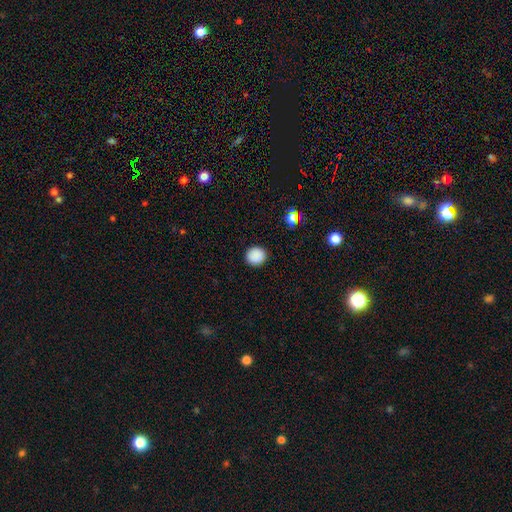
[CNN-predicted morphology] A smooth galaxy with no disk features (88%) that is round (91%).

Vote fractions:
- Smooth or featured? smooth: 88% / star or artifact: 10% / featured or disk: 3%
- How rounded? round: 91% / in between: 8% / cigar-shaped: 1%
- Merging? none: 92% / minor disturbance: 6% / major disturbance: 2% / merger: 1%